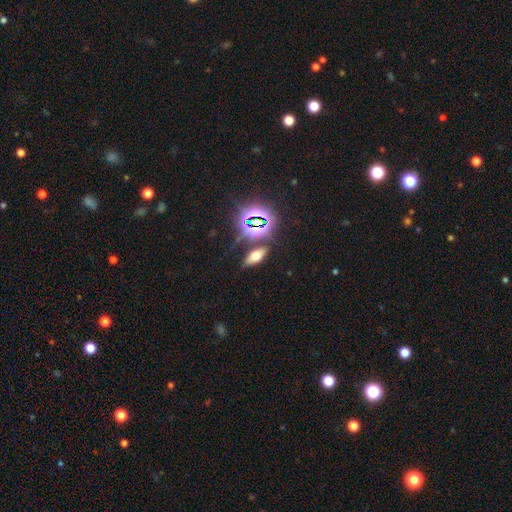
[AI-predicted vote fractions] This is possibly a smooth galaxy (53%). How rounded: likely in between (80%). Merging: likely none (79%).